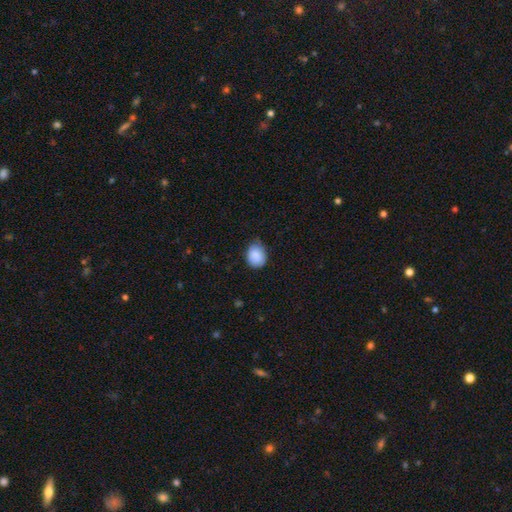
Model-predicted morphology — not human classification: This appears to be a smooth galaxy with no disk features (87%) that is round (52%). Merging: none (67%).